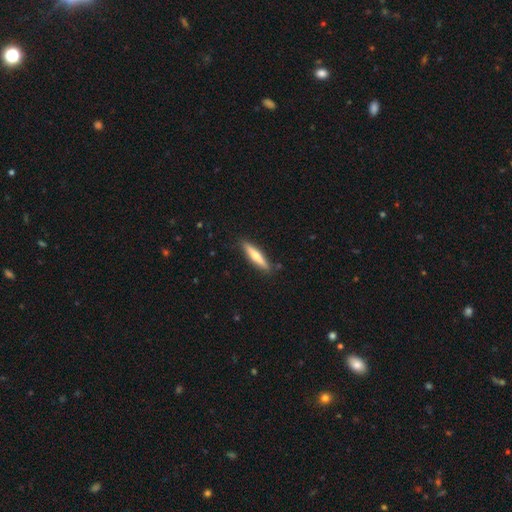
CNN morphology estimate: smooth 54%, featured or disk 41%, star or artifact 5%. Down the decision tree: how rounded — cigar-shaped (85%); merging — none (88%).